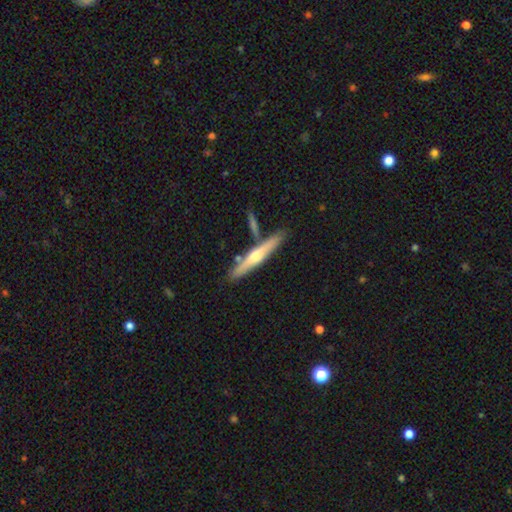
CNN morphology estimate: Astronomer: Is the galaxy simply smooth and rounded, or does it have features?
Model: featured or disk — 63%.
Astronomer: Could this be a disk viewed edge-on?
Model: yes — 96%.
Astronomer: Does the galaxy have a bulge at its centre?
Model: rounded — 87%.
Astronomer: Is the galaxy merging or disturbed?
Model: none — 81%.